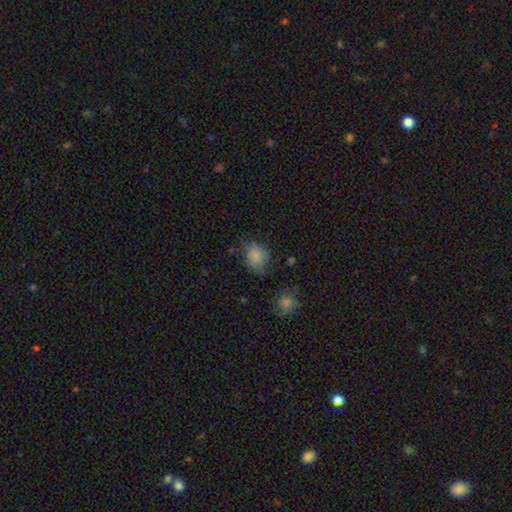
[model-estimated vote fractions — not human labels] smooth 82%, star or artifact 11%, featured or disk 7%. Down the decision tree: how rounded — in between (65%); merging — none (59%).